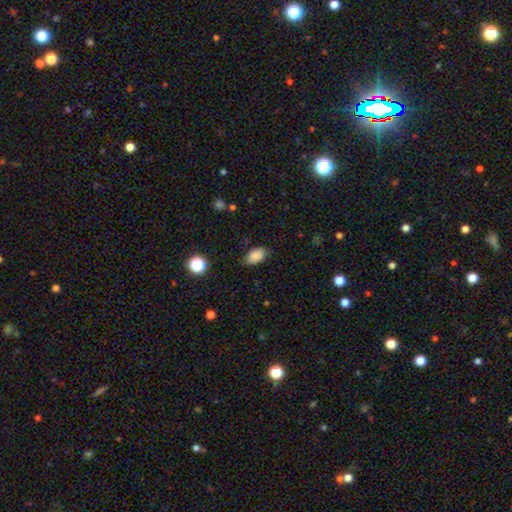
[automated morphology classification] A smooth galaxy with no disk features (87%) that is in between round and cigar-shaped (90%).

Vote fractions:
- Smooth or featured? smooth: 87% / star or artifact: 9% / featured or disk: 4%
- How rounded? in between: 90% / round: 8% / cigar-shaped: 2%
- Merging? none: 81% / minor disturbance: 15% / major disturbance: 3% / merger: 1%